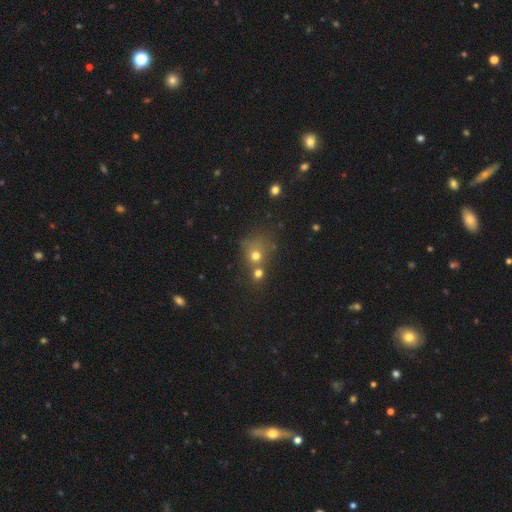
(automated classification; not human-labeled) smooth-or-featured: smooth: 67% | star or artifact: 19% | featured or disk: 14%
  how-rounded: round: 77% | in between: 22% | cigar-shaped: 1%
  merging: merger: 45% | none: 37% | minor disturbance: 10% | major disturbance: 7%